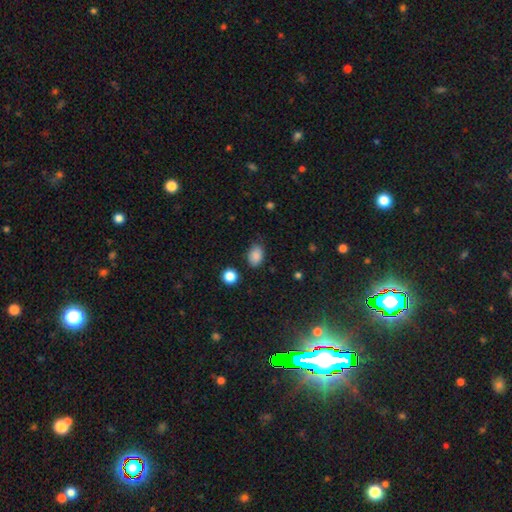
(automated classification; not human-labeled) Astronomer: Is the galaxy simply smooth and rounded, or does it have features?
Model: smooth — 85%.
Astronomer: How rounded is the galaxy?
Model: in between — 80%.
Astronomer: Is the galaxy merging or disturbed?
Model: none — 71%.